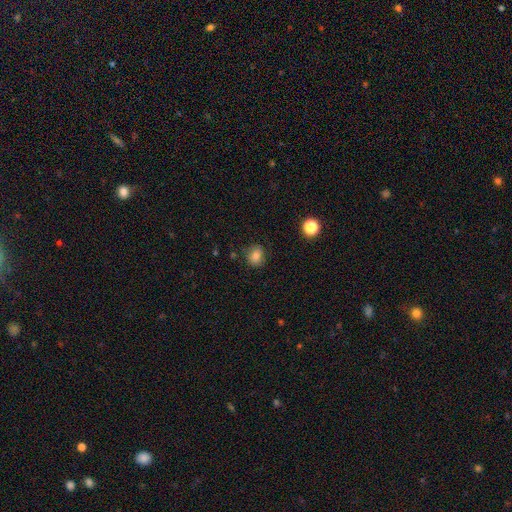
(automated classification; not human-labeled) Smooth or featured? smooth (81%)
How rounded? round (68%)
Merging? none (83%)